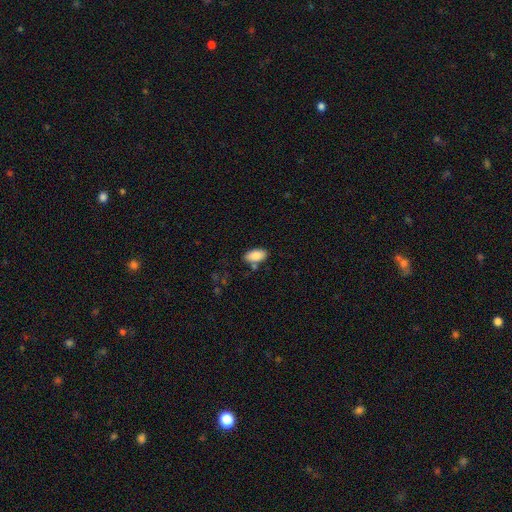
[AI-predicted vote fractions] smooth_or_featured: smooth (p=0.86) [alt: star or artifact p=0.07]
how_rounded: in between (p=0.94) [alt: round p=0.04]
merging: none (p=0.75) [alt: minor disturbance p=0.14]